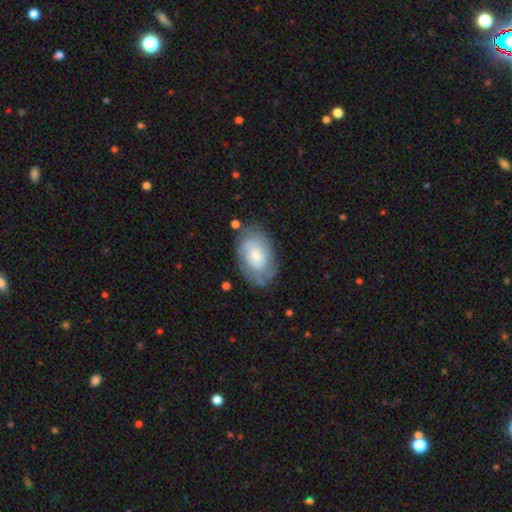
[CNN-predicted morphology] This appears to be a smooth galaxy with no disk features (53%) that is in between round and cigar-shaped (88%). Merging: none (70%).